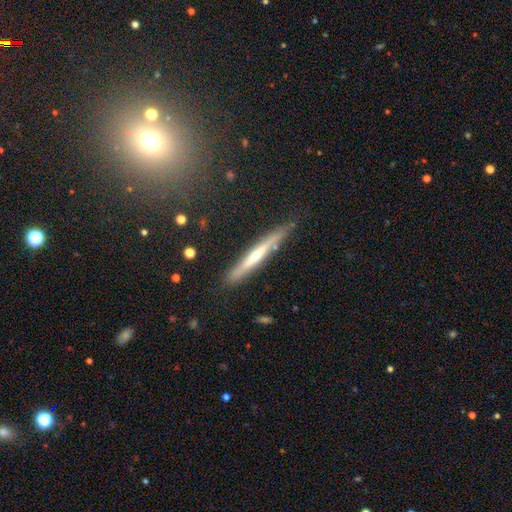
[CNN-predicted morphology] This appears to be a featured or disk galaxy (61%) viewed edge-on (93%) with a rounded central bulge (52%). Merging: none (81%).